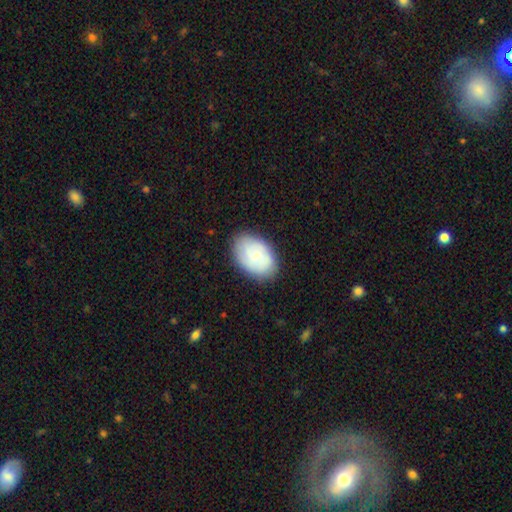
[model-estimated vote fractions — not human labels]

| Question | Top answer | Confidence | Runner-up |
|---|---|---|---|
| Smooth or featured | smooth | 60% | featured or disk (33%) |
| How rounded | in between | 87% | round (12%) |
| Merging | none | 79% | minor disturbance (16%) |